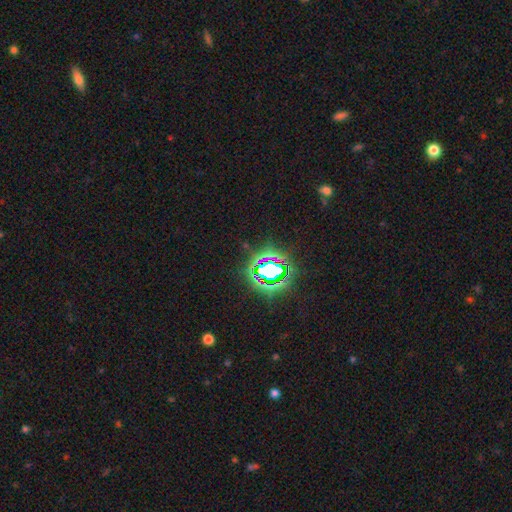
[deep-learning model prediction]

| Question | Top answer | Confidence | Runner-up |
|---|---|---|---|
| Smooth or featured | star or artifact | 79% | smooth (12%) |